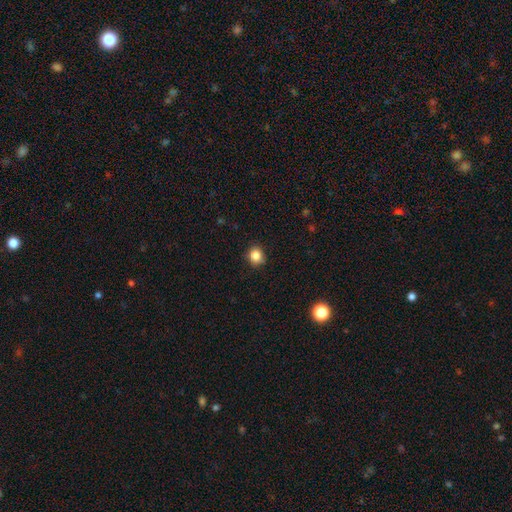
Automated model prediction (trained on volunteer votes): Smooth or featured: smooth — 84% (star or artifact — 11%)
How rounded: round — 78% (in between — 21%)
Merging: none — 86% (minor disturbance — 11%)